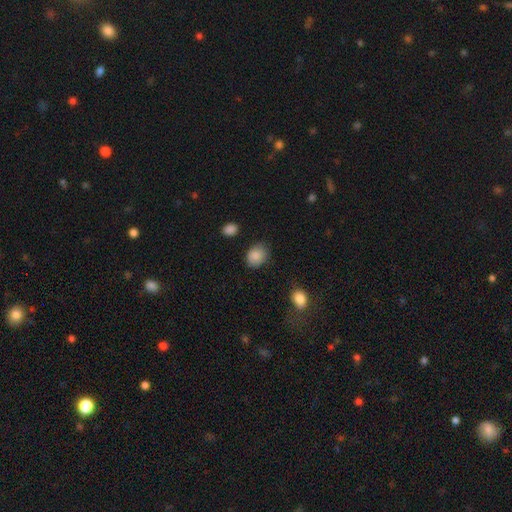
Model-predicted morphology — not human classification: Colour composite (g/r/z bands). It shows a smooth galaxy with no disk features (87%) that is in between round and cigar-shaped (55%). Merging: none (74%).